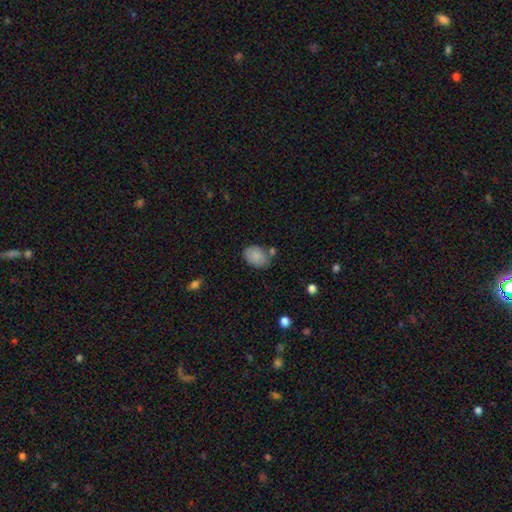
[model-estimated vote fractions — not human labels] smooth-or-featured: smooth: 84% | featured or disk: 9% | star or artifact: 7%
  how-rounded: in between: 77% | round: 22% | cigar-shaped: 1%
  merging: none: 63% | minor disturbance: 21% | merger: 11% | major disturbance: 5%